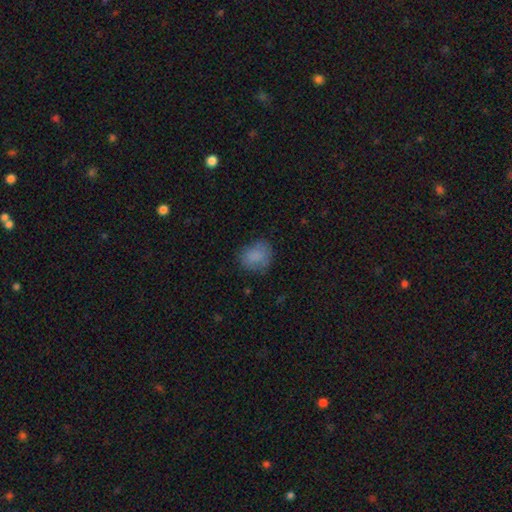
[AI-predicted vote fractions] A smooth galaxy with no disk features (83%) that is round (65%). Merging: none (70%).